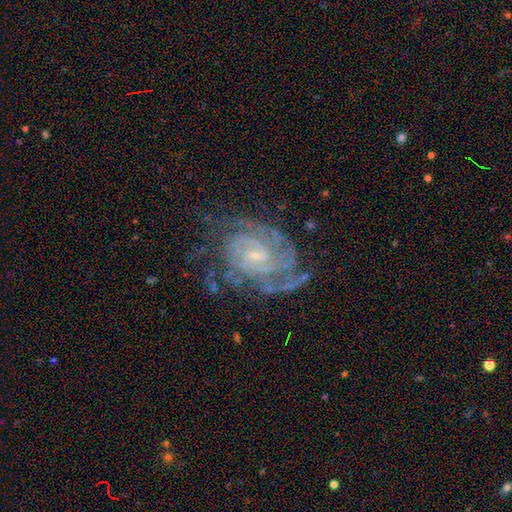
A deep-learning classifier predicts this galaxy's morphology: type=featured or disk (88%); edge-on=no (97%); bar=weak (47%); spiral arms=yes (97%); winding=tight (70%); arm count=2 (27%); bulge=small (73%); merging=none (65%).